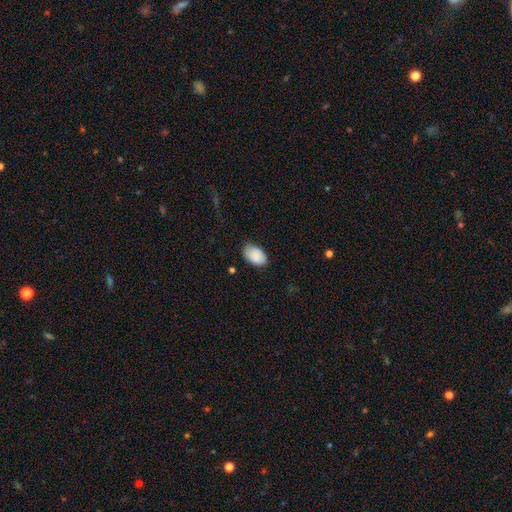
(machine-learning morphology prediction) Overall: smooth (88%). How rounded: in between (92%). Merging: none (78%).